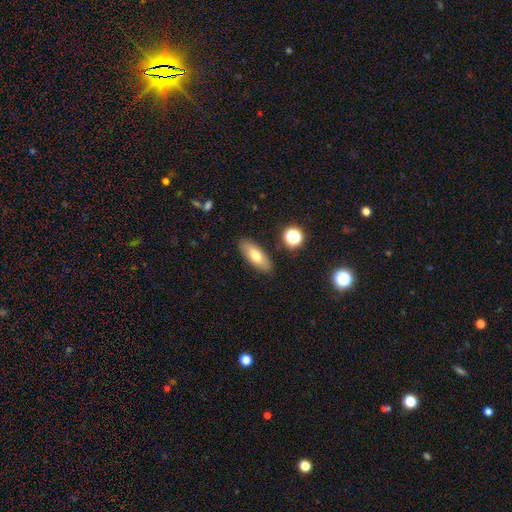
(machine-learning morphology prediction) type=smooth (70%); roundness=in between (74%); merging=none (87%).